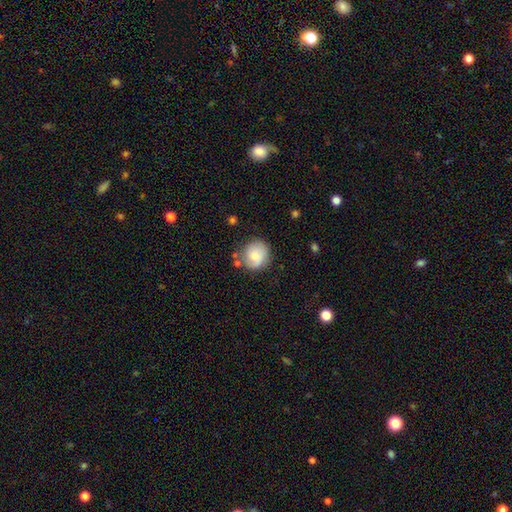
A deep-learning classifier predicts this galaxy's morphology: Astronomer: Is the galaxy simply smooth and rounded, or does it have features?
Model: smooth — 65%.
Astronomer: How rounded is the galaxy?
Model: round — 85%.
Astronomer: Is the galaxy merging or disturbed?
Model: none — 70%.